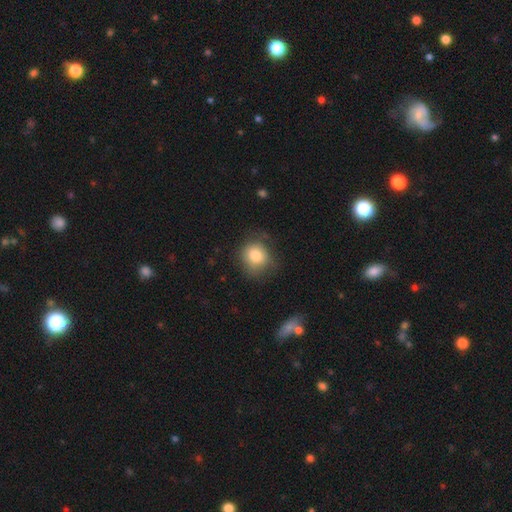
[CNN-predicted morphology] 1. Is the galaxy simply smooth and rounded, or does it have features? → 80% smooth, 11% featured or disk, 9% star or artifact.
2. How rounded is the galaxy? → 79% round, 20% in between, 1% cigar-shaped.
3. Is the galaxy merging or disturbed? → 66% none, 23% minor disturbance, 8% major disturbance, 2% merger.